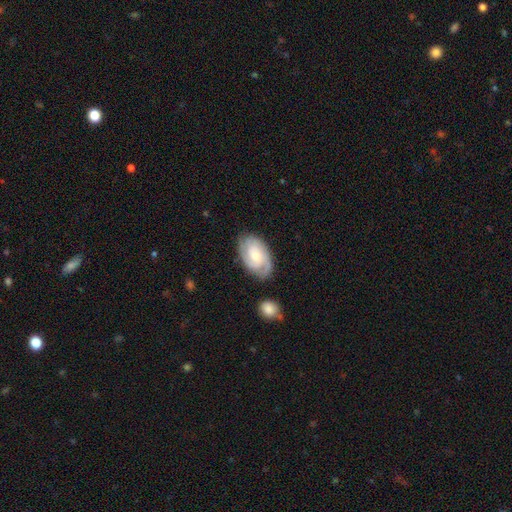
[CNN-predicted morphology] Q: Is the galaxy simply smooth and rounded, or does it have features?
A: featured or disk — 70%.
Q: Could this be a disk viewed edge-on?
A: no — 96%.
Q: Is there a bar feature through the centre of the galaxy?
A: no — 62%.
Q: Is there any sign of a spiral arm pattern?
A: yes — 93%.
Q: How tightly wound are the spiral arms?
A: tight — 55%.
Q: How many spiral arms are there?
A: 2 — 43%.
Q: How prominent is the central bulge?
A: moderate — 49%.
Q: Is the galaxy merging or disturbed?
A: none — 73%.